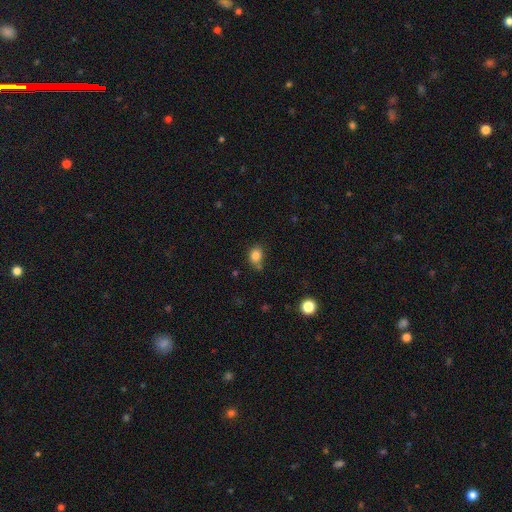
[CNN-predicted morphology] Q: Smooth or featured?
A: smooth (84%); runner-up: star or artifact (11%)
Q: How rounded?
A: round (51%); runner-up: in between (48%)
Q: Merging?
A: none (58%); runner-up: minor disturbance (24%)